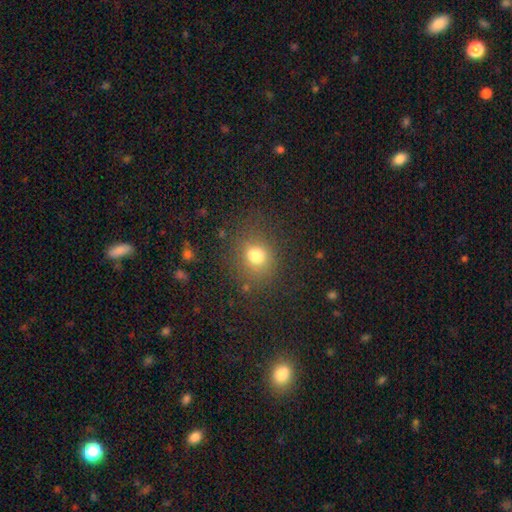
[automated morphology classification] Smooth or featured? Predicted: smooth (p=0.74). How rounded? Predicted: round (p=0.62). Merging? Predicted: none (p=0.71).